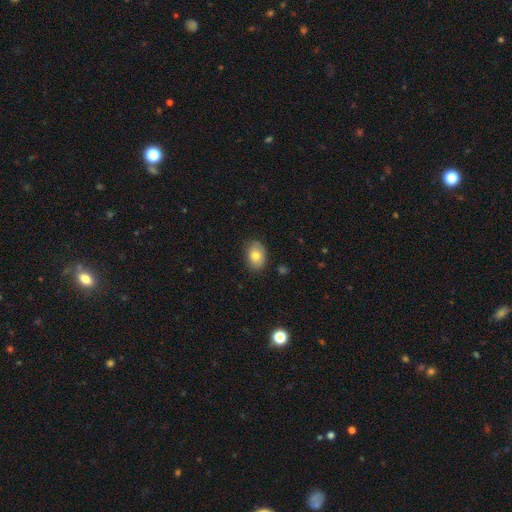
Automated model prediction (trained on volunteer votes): Smooth or featured? smooth (76%)
How rounded? in between (78%)
Merging? none (81%)